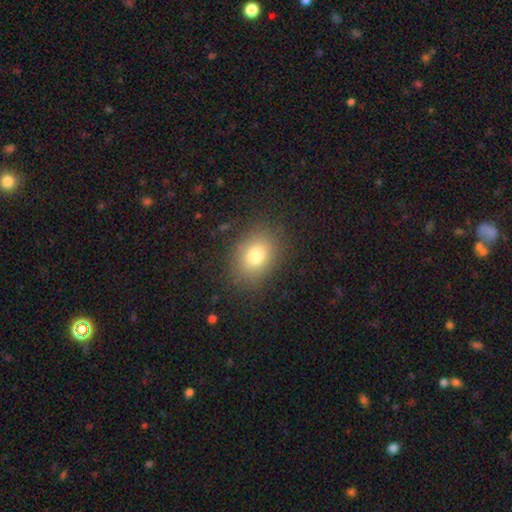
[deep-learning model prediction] Smooth or featured? Predicted: smooth (p=0.79). How rounded? Predicted: in between (p=0.66). Merging? Predicted: none (p=0.85).